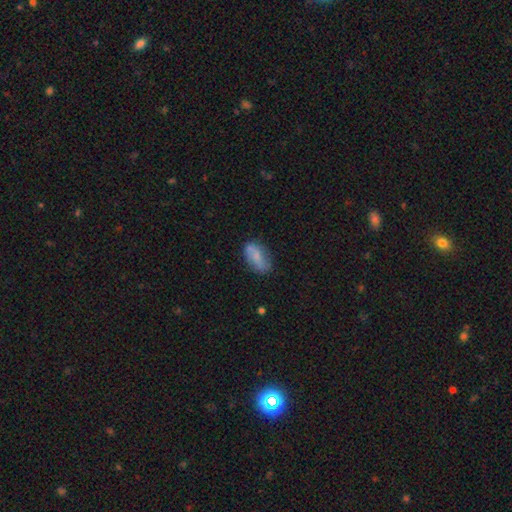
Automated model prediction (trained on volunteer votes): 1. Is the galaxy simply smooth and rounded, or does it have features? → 67% smooth, 25% featured or disk, 8% star or artifact.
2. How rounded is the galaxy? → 87% in between, 9% cigar-shaped, 4% round.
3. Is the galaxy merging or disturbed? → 61% none, 25% minor disturbance, 8% major disturbance, 7% merger.